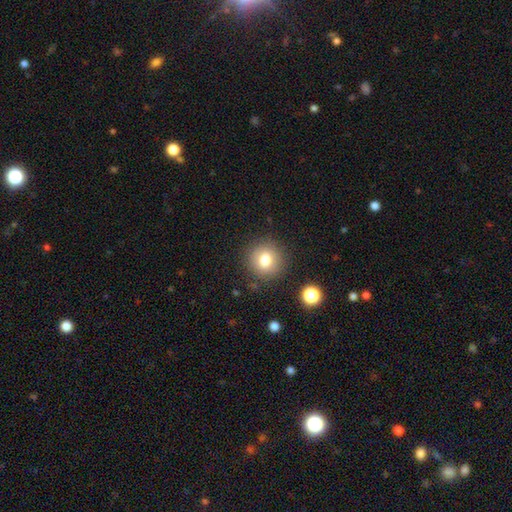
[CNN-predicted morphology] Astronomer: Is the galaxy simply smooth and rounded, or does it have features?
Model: smooth — 59%.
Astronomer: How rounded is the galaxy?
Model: round — 95%.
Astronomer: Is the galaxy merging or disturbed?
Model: none — 90%.